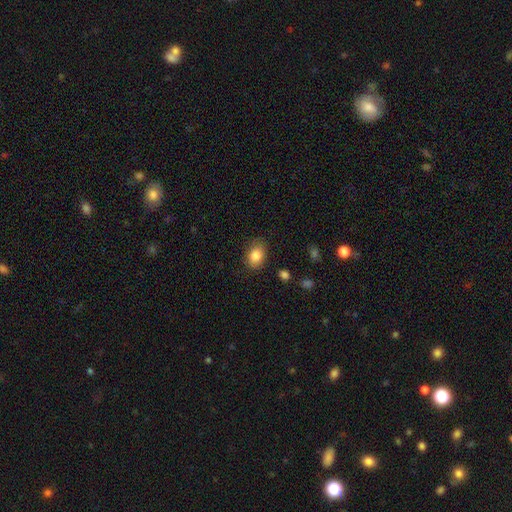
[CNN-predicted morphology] Smooth or featured? smooth (85%)
How rounded? in between (75%)
Merging? none (81%)